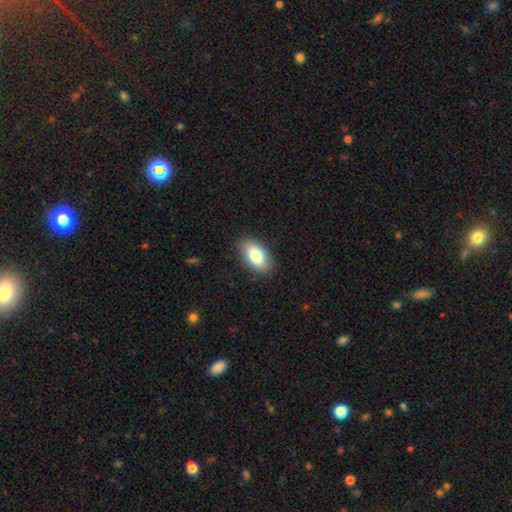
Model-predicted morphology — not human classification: Smooth or featured? smooth (80%)
How rounded? in between (93%)
Merging? none (87%)